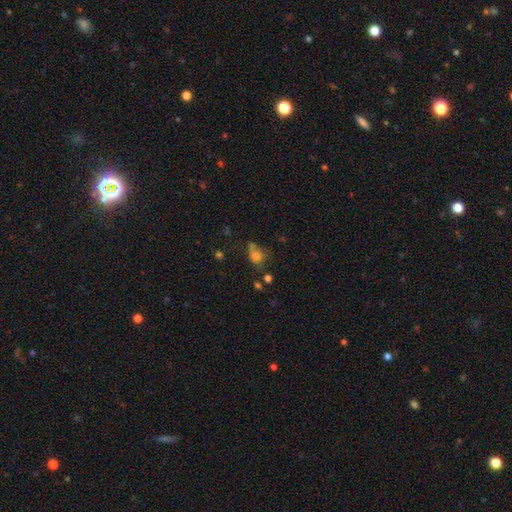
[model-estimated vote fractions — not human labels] This is likely a smooth galaxy (75%). How rounded: possibly round (58%). Merging: marginally none (44%).